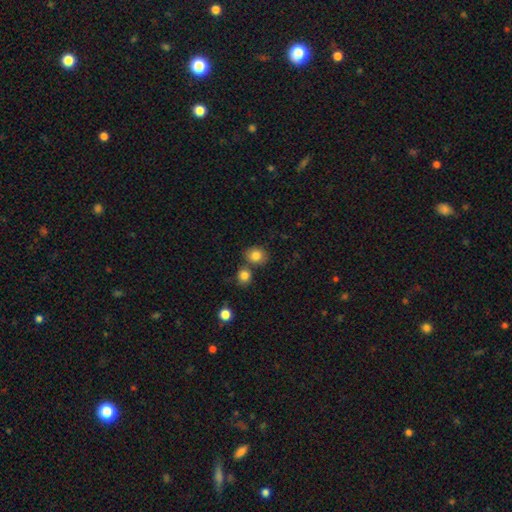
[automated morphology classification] smooth-or-featured: smooth: 84% | star or artifact: 10% | featured or disk: 6%
  how-rounded: round: 70% | in between: 29% | cigar-shaped: 1%
  merging: none: 68% | merger: 19% | minor disturbance: 10% | major disturbance: 3%